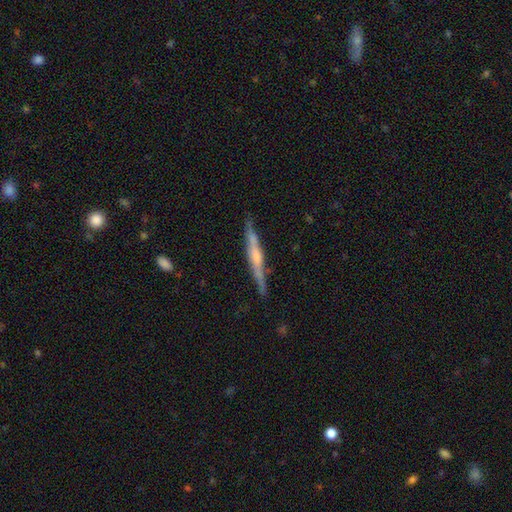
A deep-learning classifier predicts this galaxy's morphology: Smooth or featured?
  - featured or disk: 71% *
  - smooth: 23%
  - star or artifact: 6%
Edge-on disk?
  - yes: 97% *
  - no: 3%
Edge-on bulge?
  - rounded: 59% *
  - none: 23%
  - boxy: 17%
Merging?
  - none: 85% *
  - minor disturbance: 11%
  - major disturbance: 2%
  - merger: 2%